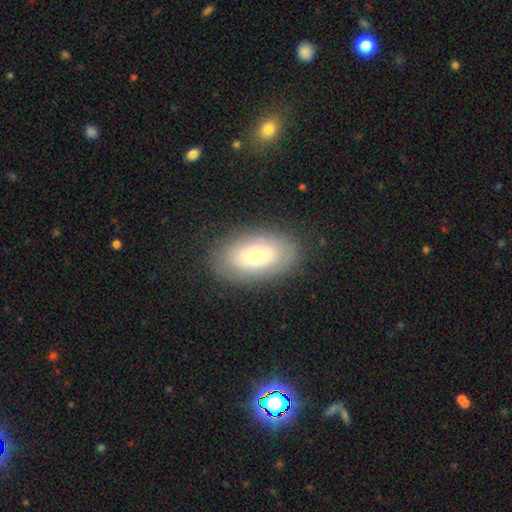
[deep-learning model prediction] This appears to be a smooth galaxy with no disk features (61%) that is in between round and cigar-shaped (91%). Merging: none (83%).